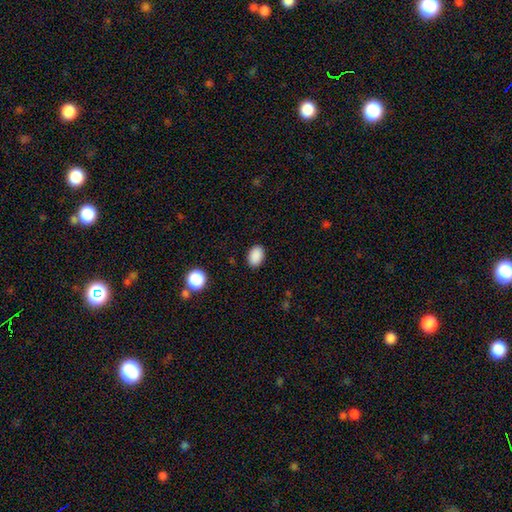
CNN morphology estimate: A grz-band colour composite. It shows a smooth galaxy with no disk features (89%) that is in between round and cigar-shaped (83%). Merging: none (88%).